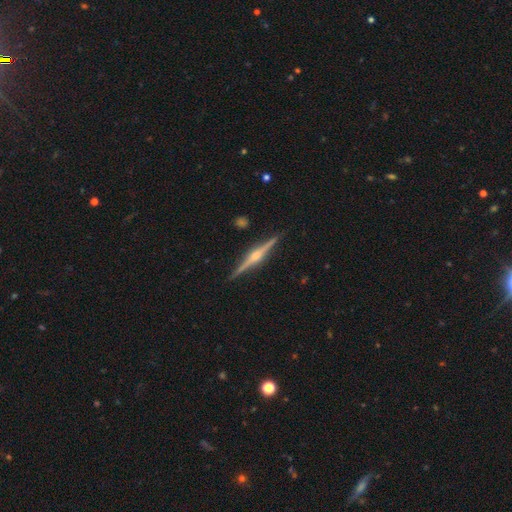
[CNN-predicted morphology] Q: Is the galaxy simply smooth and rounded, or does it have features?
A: featured or disk — 87%.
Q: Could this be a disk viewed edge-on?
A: yes — 99%.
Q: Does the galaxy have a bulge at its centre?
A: rounded — 91%.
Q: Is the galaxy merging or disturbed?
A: none — 91%.